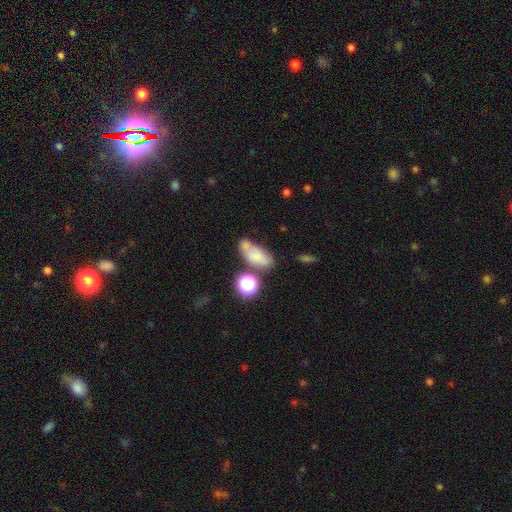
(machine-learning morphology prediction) A smooth galaxy with no disk features (65%) that is in between round and cigar-shaped (78%).

Vote fractions:
- Smooth or featured? smooth: 65% / featured or disk: 20% / star or artifact: 15%
- How rounded? in between: 78% / round: 13% / cigar-shaped: 9%
- Merging? none: 40% / merger: 29% / minor disturbance: 21% / major disturbance: 11%